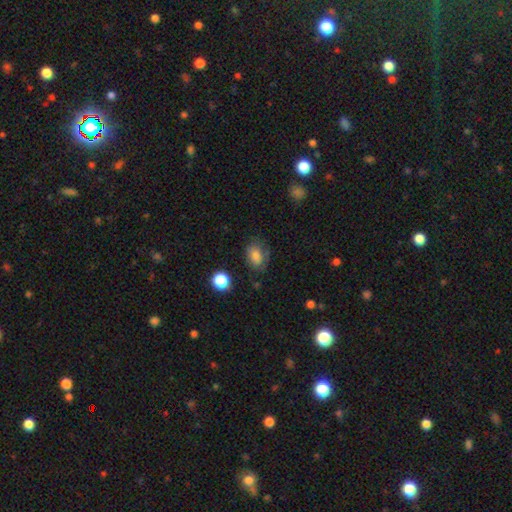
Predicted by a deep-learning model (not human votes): Smooth or featured? smooth (79%)
How rounded? in between (78%)
Merging? none (66%)